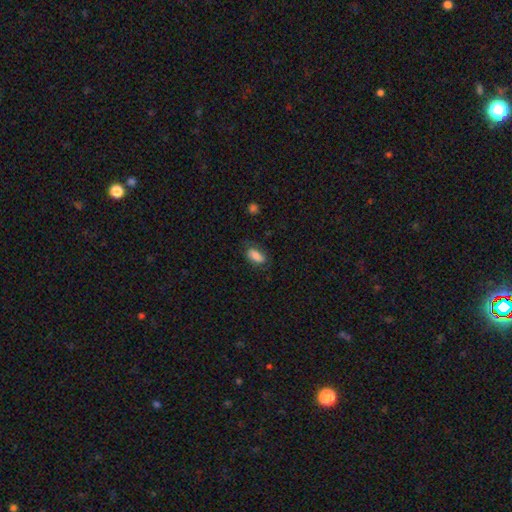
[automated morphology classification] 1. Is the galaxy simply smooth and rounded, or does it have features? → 79% smooth, 13% featured or disk, 8% star or artifact.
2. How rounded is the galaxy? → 90% in between, 6% cigar-shaped, 4% round.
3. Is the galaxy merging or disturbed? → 68% none, 22% minor disturbance, 8% major disturbance, 1% merger.